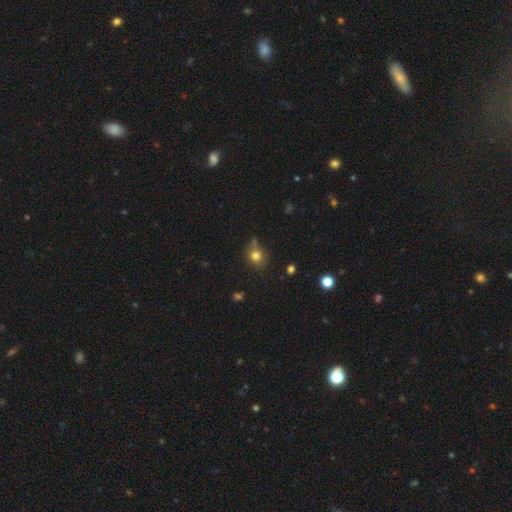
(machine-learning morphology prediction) Smooth or featured? Predicted: smooth (p=0.78). How rounded? Predicted: round (p=0.73). Merging? Predicted: none (p=0.65).